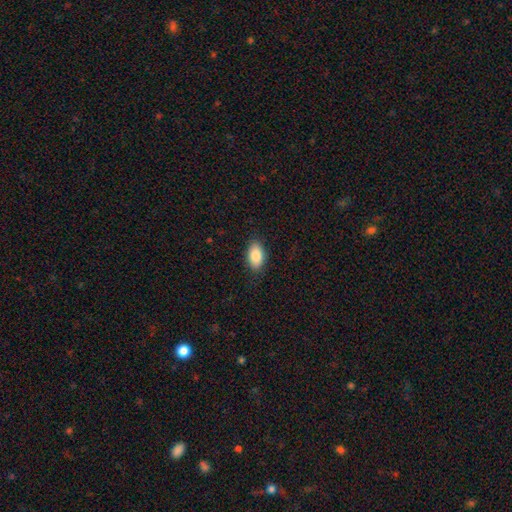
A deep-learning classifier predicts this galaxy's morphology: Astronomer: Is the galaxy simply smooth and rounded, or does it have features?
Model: smooth — 87%.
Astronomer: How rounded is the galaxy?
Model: in between — 93%.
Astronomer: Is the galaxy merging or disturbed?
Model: none — 86%.